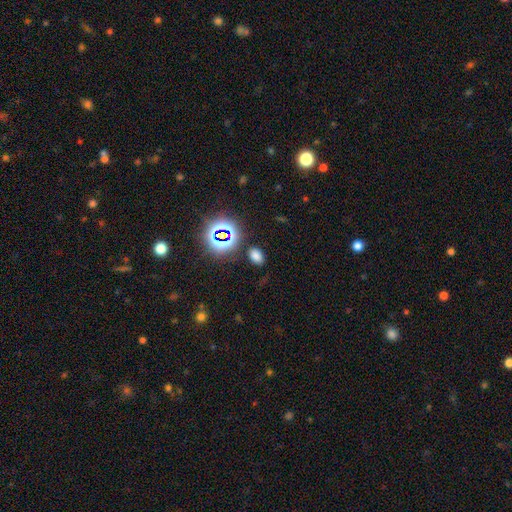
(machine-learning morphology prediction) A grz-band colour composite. It shows a smooth galaxy with no disk features (68%) that is in between round and cigar-shaped (82%). Merging: none (83%).